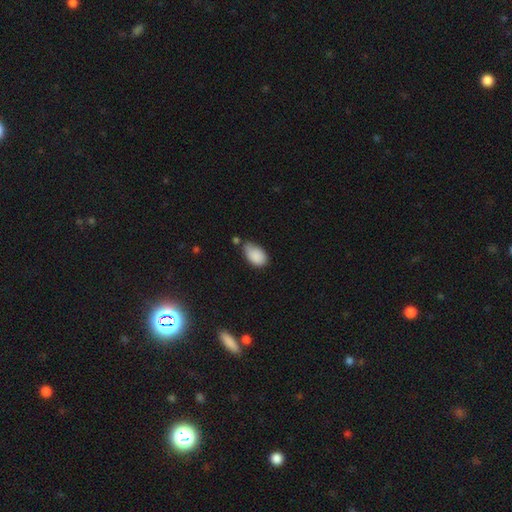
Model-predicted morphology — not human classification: Smooth or featured? Predicted: smooth (p=0.87). How rounded? Predicted: in between (p=0.92). Merging? Predicted: none (p=0.46).